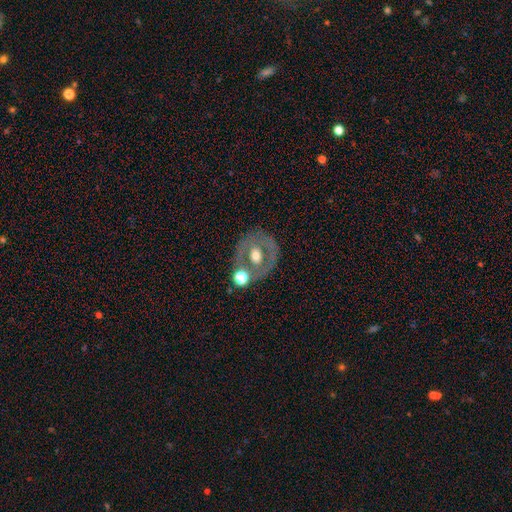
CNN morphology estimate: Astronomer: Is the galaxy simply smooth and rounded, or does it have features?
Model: featured or disk — 54% (runner-up: smooth, 37%).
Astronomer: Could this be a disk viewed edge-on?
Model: no — 93%.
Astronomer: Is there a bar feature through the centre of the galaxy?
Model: no — 77%.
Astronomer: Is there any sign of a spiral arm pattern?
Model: no — 87%.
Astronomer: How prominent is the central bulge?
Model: moderate — 71%.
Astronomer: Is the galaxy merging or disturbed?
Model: none — 65%.